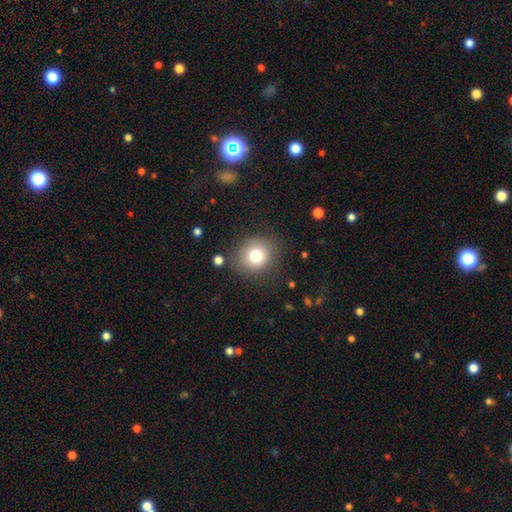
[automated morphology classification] This appears to be a smooth galaxy with no disk features (77%) that is round (85%). Merging: none (82%).